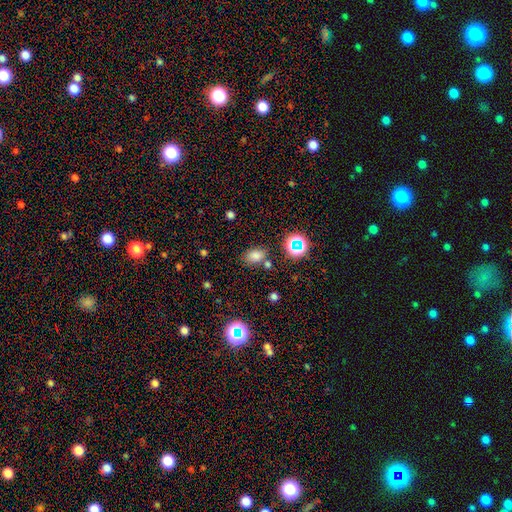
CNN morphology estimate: The model was most divided on "smooth or featured": smooth: 74%, star or artifact: 19%, featured or disk: 7%. More confident: how rounded — in between (77%); merging — none (74%).